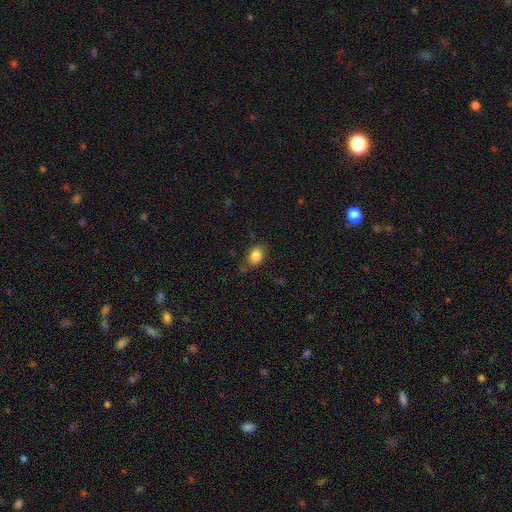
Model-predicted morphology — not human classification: Smooth or featured: smooth — 84% (star or artifact — 9%)
How rounded: in between — 69% (round — 30%)
Merging: none — 74% (minor disturbance — 18%)